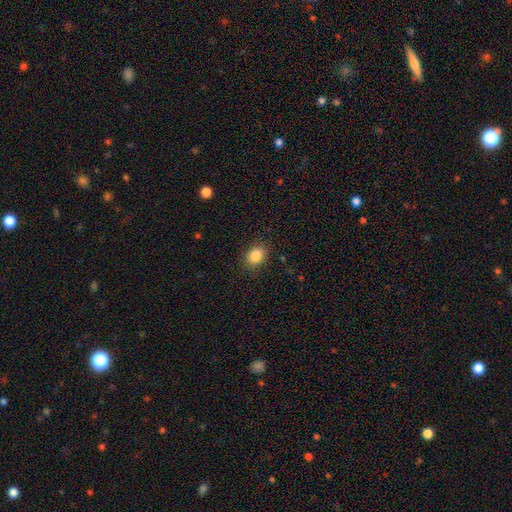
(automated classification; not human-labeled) This appears to be a smooth galaxy with no disk features (85%) that is in between round and cigar-shaped (54%). Merging: none (87%).